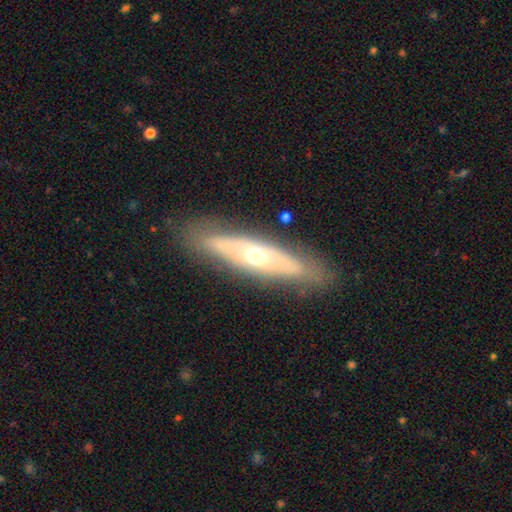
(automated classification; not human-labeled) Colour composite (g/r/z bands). It shows a featured or disk galaxy (67%). Merging: none (82%).